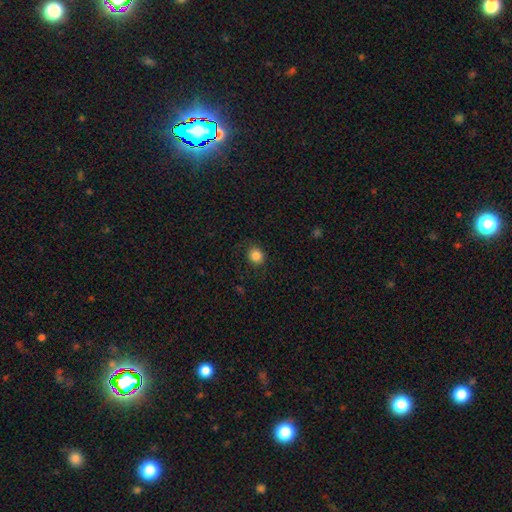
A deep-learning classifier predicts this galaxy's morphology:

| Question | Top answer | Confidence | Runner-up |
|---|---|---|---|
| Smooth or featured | smooth | 85% | star or artifact (11%) |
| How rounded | round | 85% | in between (14%) |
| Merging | none | 87% | minor disturbance (9%) |